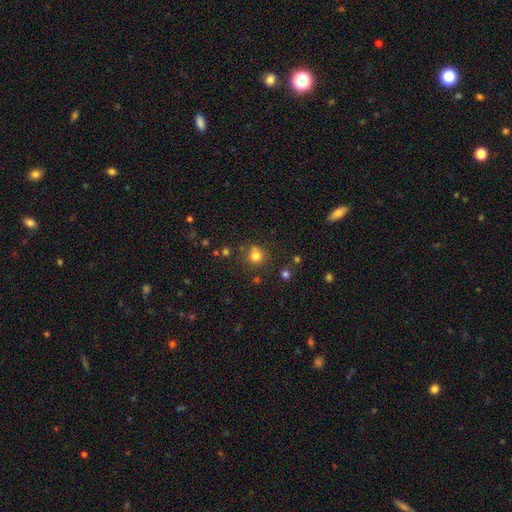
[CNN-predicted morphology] Smooth or featured? smooth (78%)
How rounded? round (89%)
Merging? none (72%)